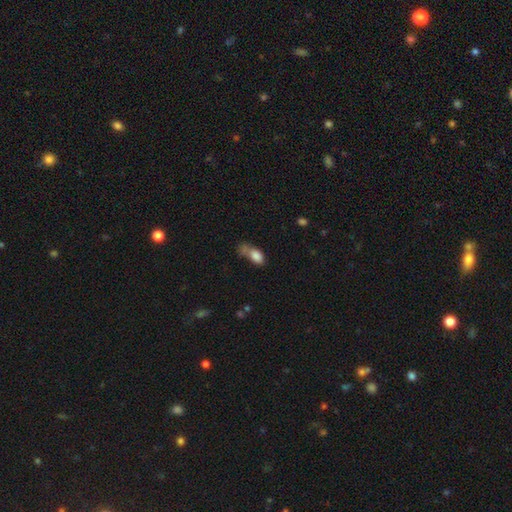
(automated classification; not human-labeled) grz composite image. It shows a smooth galaxy with no disk features (80%) that is in between round and cigar-shaped (84%). Merging: merger (33%).